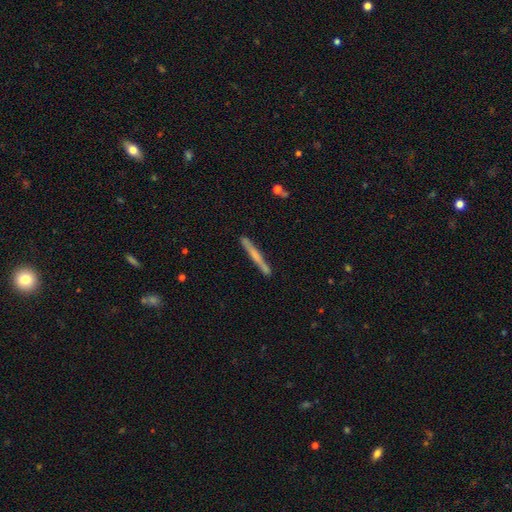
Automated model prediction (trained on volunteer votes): smooth_or_featured: smooth (p=0.48) [alt: featured or disk p=0.46]
merging: none (p=0.88) [alt: minor disturbance p=0.09]